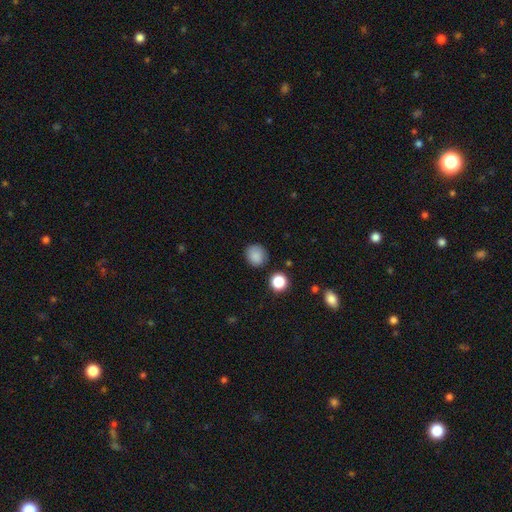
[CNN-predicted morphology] smooth_or_featured: smooth (p=0.86) [alt: star or artifact p=0.10]
how_rounded: round (p=0.84) [alt: in between p=0.15]
merging: none (p=0.84) [alt: minor disturbance p=0.11]